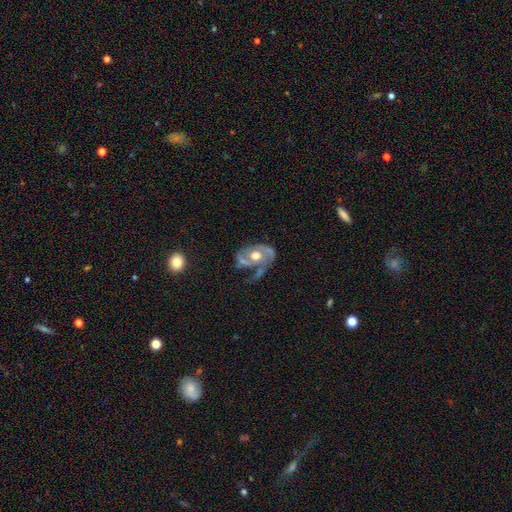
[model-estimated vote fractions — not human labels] Smooth or featured? featured or disk (80%)
Edge-on disk? no (97%)
Bar? no (75%)
Spiral arms? yes (84%)
Spiral winding? medium (46%)
Spiral arm count? 2 (64%)
Bulge size? moderate (71%)
Merging? none (36%)